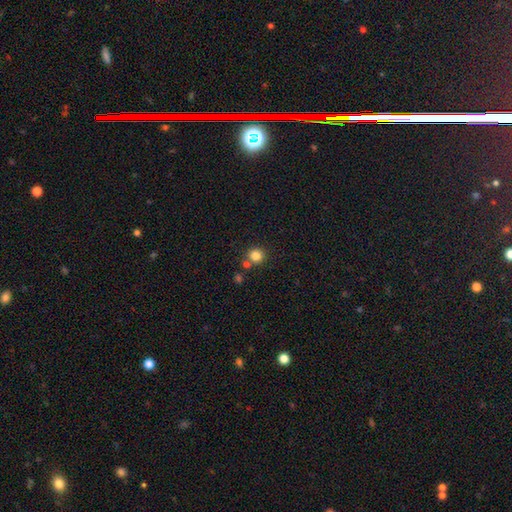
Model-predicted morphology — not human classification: A smooth galaxy with no disk features (83%) that is round (92%).

Vote fractions:
- Smooth or featured? smooth: 83% / star or artifact: 12% / featured or disk: 5%
- How rounded? round: 92% / in between: 7% / cigar-shaped: 1%
- Merging? none: 74% / merger: 16% / minor disturbance: 8% / major disturbance: 3%